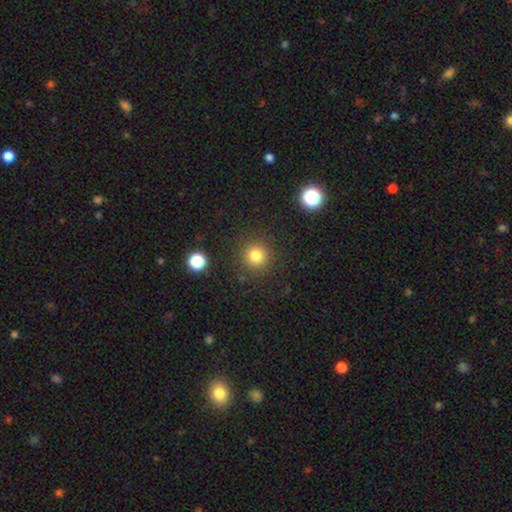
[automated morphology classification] smooth_or_featured: smooth (p=0.80) [alt: star or artifact p=0.14]
how_rounded: round (p=0.94) [alt: in between p=0.05]
merging: none (p=0.88) [alt: minor disturbance p=0.07]